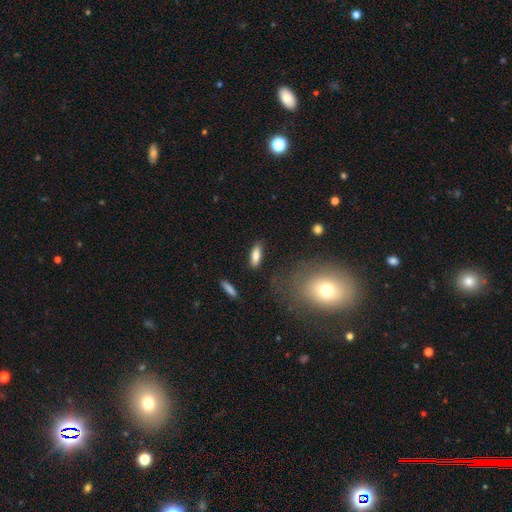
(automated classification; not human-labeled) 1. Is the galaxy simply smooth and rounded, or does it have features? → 82% smooth, 11% featured or disk, 7% star or artifact.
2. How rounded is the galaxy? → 55% in between, 42% cigar-shaped, 2% round.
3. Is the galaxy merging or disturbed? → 85% none, 10% minor disturbance, 3% major disturbance, 2% merger.